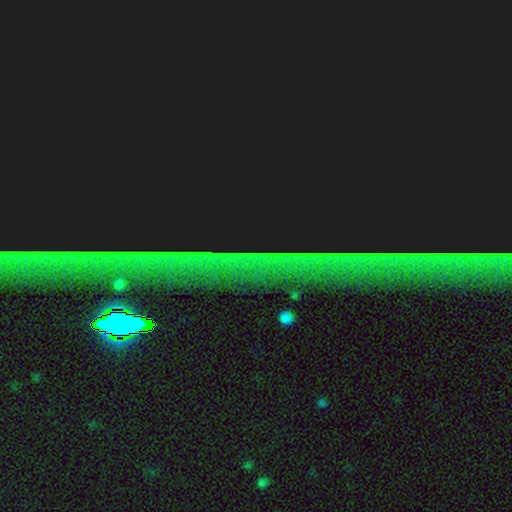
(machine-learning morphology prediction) Smooth or featured? Predicted: star or artifact (p=0.81).